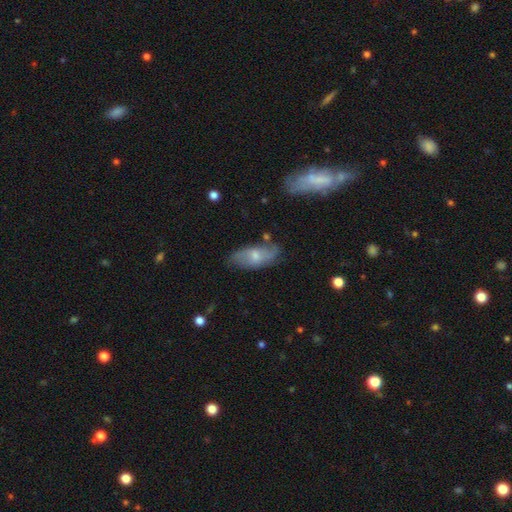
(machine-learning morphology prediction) smooth_or_featured: smooth (p=0.47) [alt: featured or disk p=0.46]
merging: none (p=0.67) [alt: minor disturbance p=0.23]